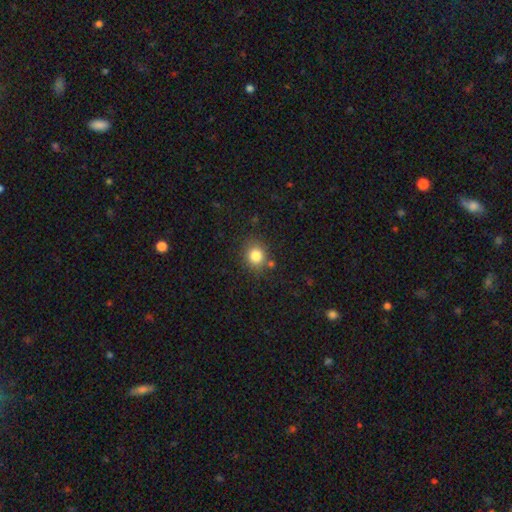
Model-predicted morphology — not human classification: Smooth or featured: smooth — 82% (star or artifact — 11%)
How rounded: round — 75% (in between — 24%)
Merging: none — 79% (minor disturbance — 12%)